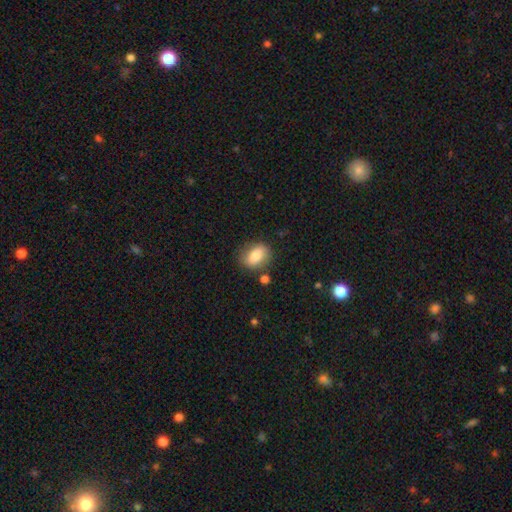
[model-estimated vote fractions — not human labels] This appears to be a smooth galaxy with no disk features (78%) that is in between round and cigar-shaped (71%). Merging: none (77%).